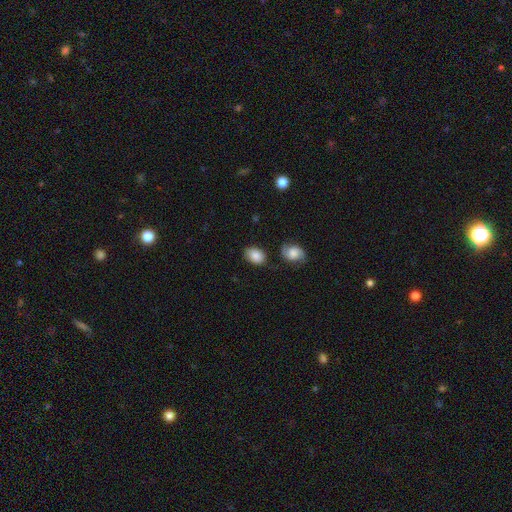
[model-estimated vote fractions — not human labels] smooth-or-featured: smooth: 80% | featured or disk: 13% | star or artifact: 7%
  how-rounded: in between: 77% | round: 22% | cigar-shaped: 1%
  merging: none: 74% | minor disturbance: 17% | merger: 5% | major disturbance: 4%